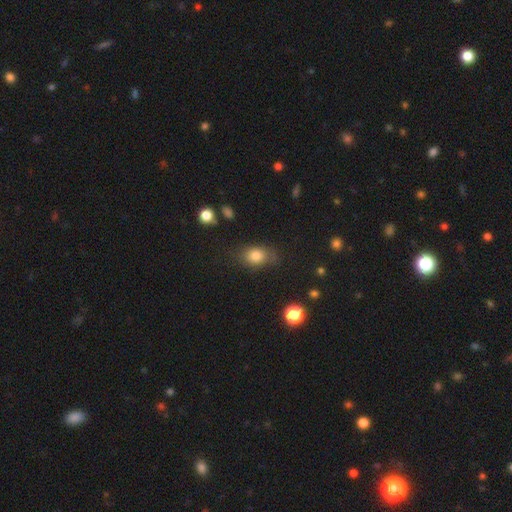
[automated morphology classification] This appears to be a smooth galaxy with no disk features (80%) that is in between round and cigar-shaped (68%). Merging: none (69%).